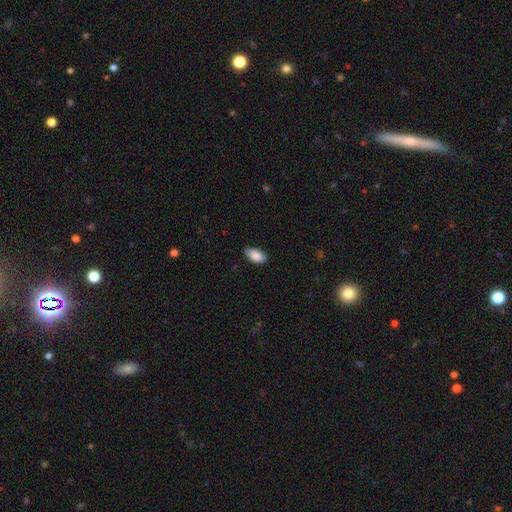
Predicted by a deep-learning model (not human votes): This is clearly a smooth galaxy (89%). How rounded: clearly in between (94%). Merging: clearly none (84%).